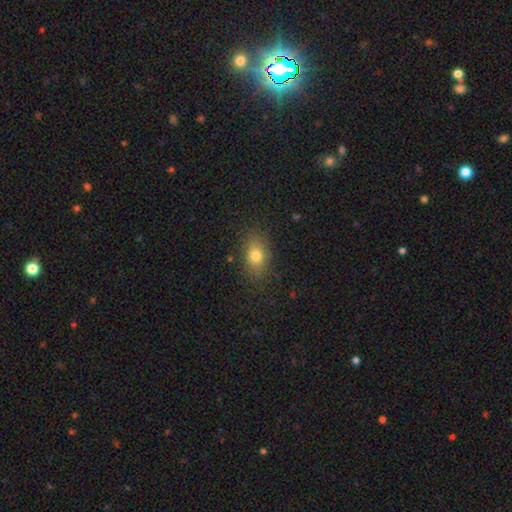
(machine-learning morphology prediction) This appears to be a smooth galaxy with no disk features (76%) that is in between round and cigar-shaped (75%). Merging: none (82%).